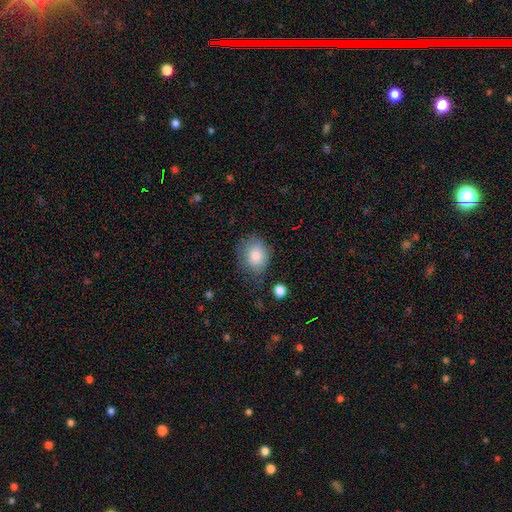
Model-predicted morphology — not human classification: This is clearly a smooth galaxy (81%). How rounded: possibly round (52%). Merging: possibly none (57%).